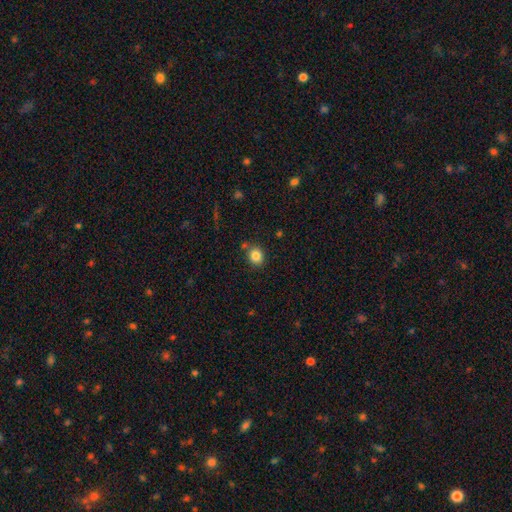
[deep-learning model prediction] A smooth galaxy with no disk features (84%) that is round (75%). Merging: none (77%).